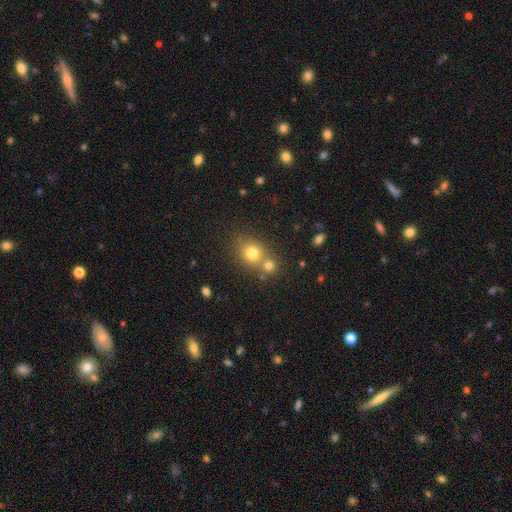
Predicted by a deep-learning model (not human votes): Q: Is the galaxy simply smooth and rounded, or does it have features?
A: smooth — 67%.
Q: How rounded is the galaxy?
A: round — 79%.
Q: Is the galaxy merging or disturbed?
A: none — 59%.